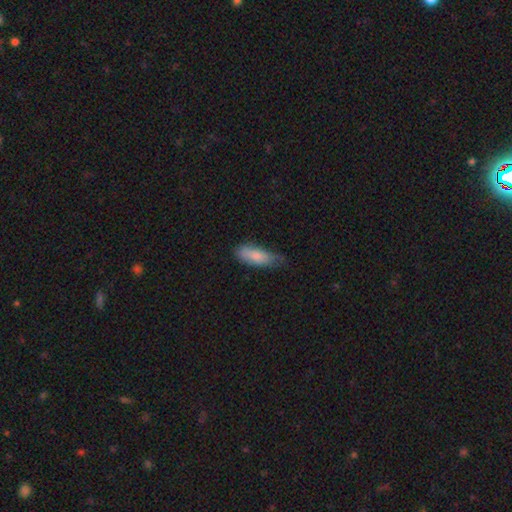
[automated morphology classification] Q: Smooth or featured?
A: smooth (80%); runner-up: featured or disk (14%)
Q: How rounded?
A: in between (70%); runner-up: cigar-shaped (28%)
Q: Merging?
A: none (47%); runner-up: minor disturbance (41%)